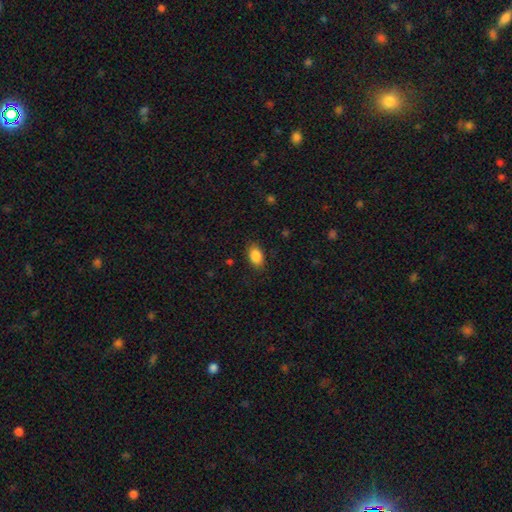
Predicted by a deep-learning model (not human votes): Smooth or featured? Predicted: smooth (p=0.88). How rounded? Predicted: in between (p=0.88). Merging? Predicted: none (p=0.83).